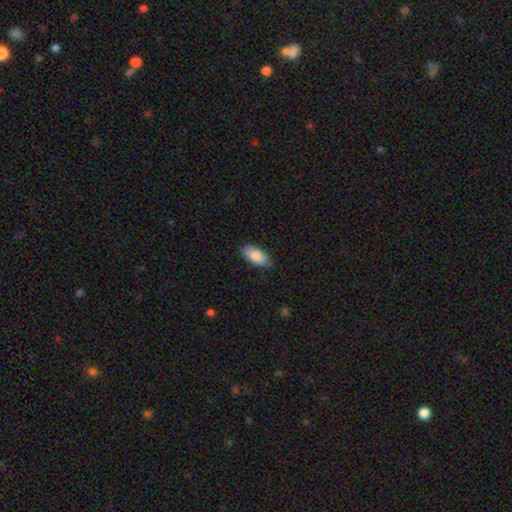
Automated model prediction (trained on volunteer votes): Smooth or featured? smooth (87%)
How rounded? in between (94%)
Merging? none (83%)